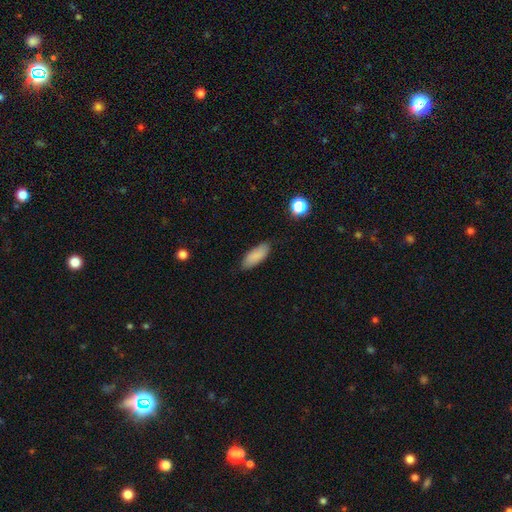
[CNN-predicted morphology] Smooth or featured: smooth — 87% (star or artifact — 7%)
How rounded: in between — 77% (cigar-shaped — 21%)
Merging: none — 83% (minor disturbance — 13%)